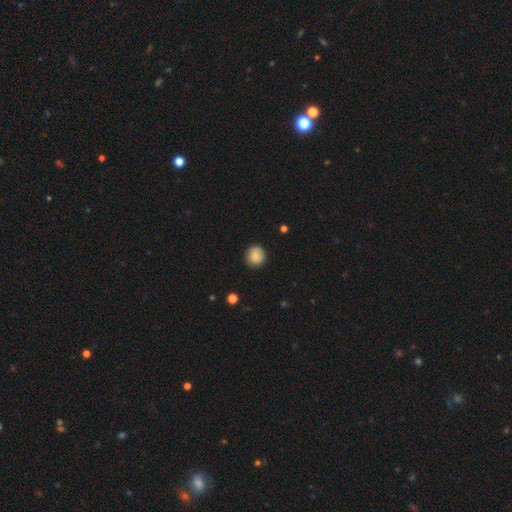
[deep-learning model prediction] Smooth or featured?
  - smooth: 80% *
  - featured or disk: 12%
  - star or artifact: 8%
How rounded?
  - round: 90% *
  - in between: 9%
  - cigar-shaped: 1%
Merging?
  - none: 81% *
  - minor disturbance: 15%
  - major disturbance: 3%
  - merger: 1%